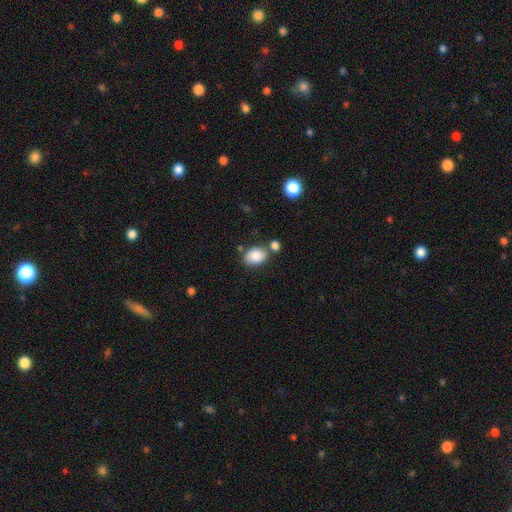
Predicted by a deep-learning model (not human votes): smooth 78%, featured or disk 13%, star or artifact 8%. Down the decision tree: how rounded — in between (74%); merging — none (62%).